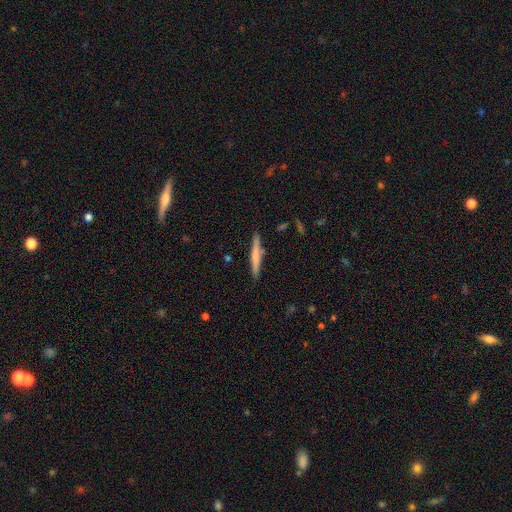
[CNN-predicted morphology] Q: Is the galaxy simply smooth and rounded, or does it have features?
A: smooth — 57%.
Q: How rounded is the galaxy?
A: cigar-shaped — 95%.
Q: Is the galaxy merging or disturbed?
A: none — 87%.